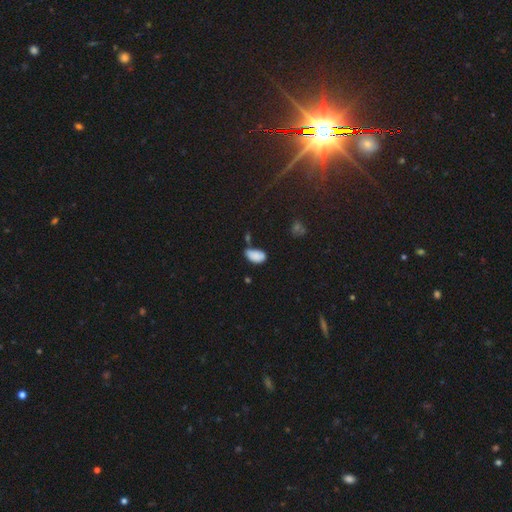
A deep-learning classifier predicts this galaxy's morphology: The model was most divided on "merging": none: 44%, minor disturbance: 32%, merger: 15%, major disturbance: 9%. More confident: how rounded — in between (93%); smooth or featured — smooth (85%).